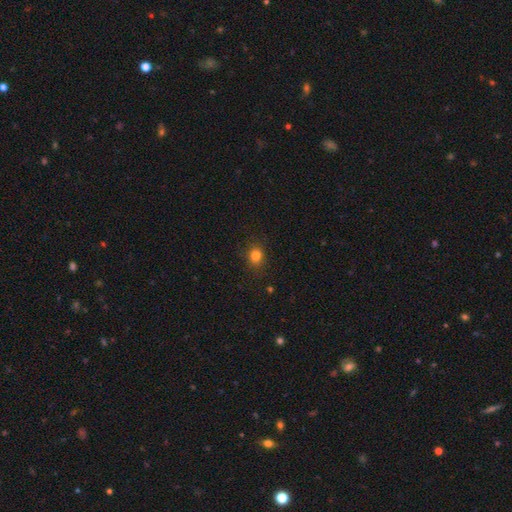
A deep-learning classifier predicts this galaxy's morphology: smooth_or_featured: smooth (p=0.81) [alt: star or artifact p=0.14]
how_rounded: round (p=0.62) [alt: in between p=0.37]
merging: none (p=0.83) [alt: minor disturbance p=0.12]